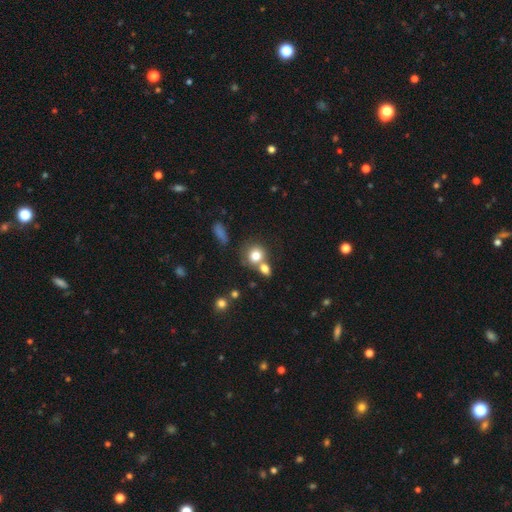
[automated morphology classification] A smooth galaxy with no disk features (78%) that is round (77%).

Vote fractions:
- Smooth or featured? smooth: 78% / featured or disk: 11% / star or artifact: 11%
- How rounded? round: 77% / in between: 22% / cigar-shaped: 1%
- Merging? none: 44% / merger: 42% / minor disturbance: 10% / major disturbance: 5%